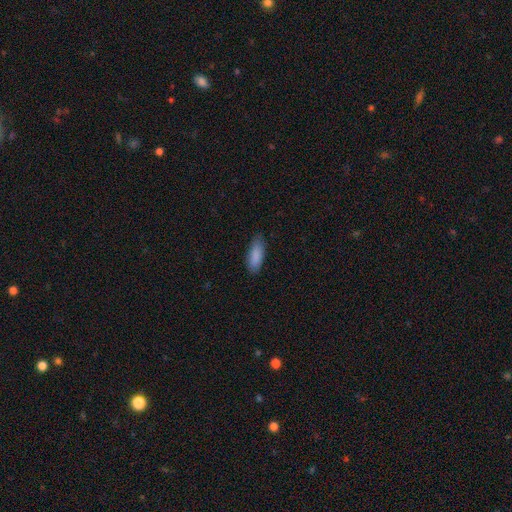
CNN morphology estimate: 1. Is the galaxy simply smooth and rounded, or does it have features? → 88% smooth, 6% star or artifact, 6% featured or disk.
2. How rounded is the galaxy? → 67% in between, 31% cigar-shaped, 2% round.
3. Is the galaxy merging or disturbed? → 82% none, 14% minor disturbance, 3% major disturbance, 1% merger.